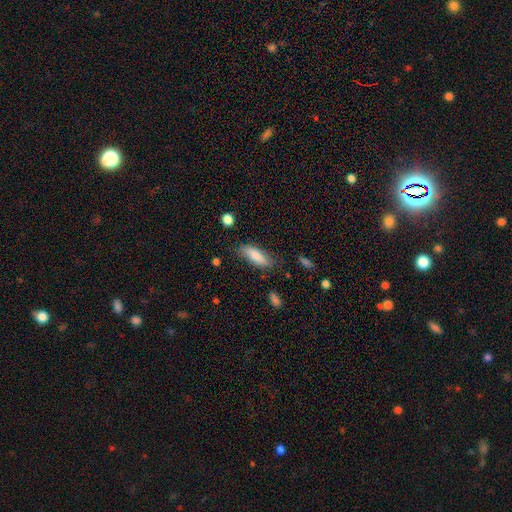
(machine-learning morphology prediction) smooth_or_featured: smooth (p=0.82) [alt: featured or disk p=0.11]
how_rounded: in between (p=0.60) [alt: cigar-shaped p=0.38]
merging: none (p=0.74) [alt: minor disturbance p=0.18]